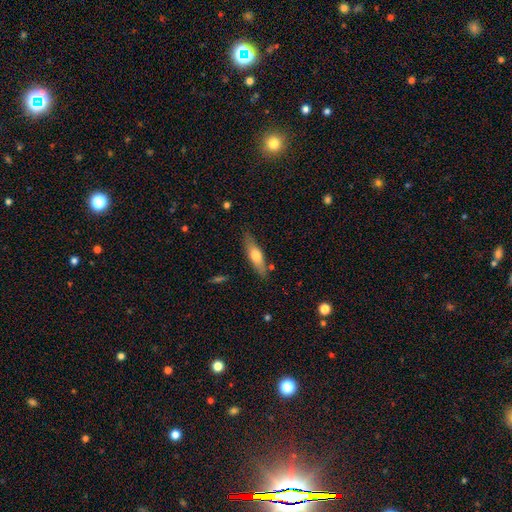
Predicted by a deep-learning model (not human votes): Smooth or featured? Predicted: smooth (p=0.59). How rounded? Predicted: cigar-shaped (p=0.57). Merging? Predicted: none (p=0.79).